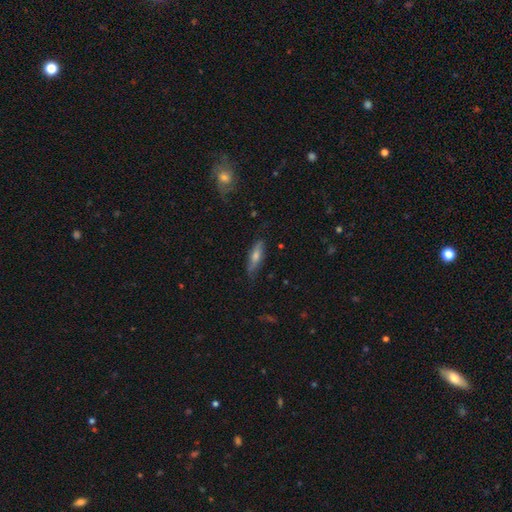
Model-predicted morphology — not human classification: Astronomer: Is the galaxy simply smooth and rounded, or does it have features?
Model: smooth — 46% (runner-up: featured or disk, 45%).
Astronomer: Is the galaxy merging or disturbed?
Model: none — 79%.